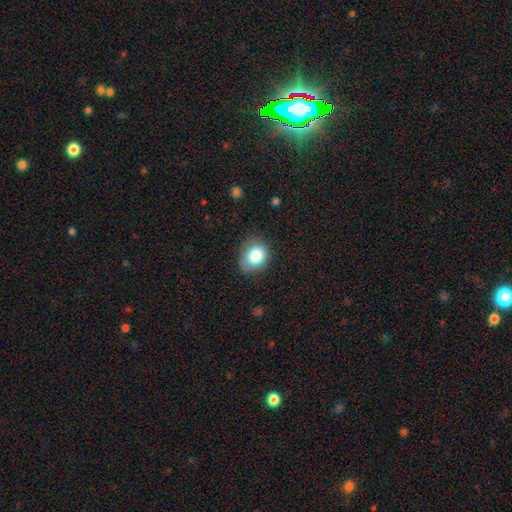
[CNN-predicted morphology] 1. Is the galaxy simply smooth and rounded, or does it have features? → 81% smooth, 10% featured or disk, 9% star or artifact.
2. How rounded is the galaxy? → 52% in between, 47% round, 1% cigar-shaped.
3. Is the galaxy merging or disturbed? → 70% none, 23% minor disturbance, 6% major disturbance, 1% merger.